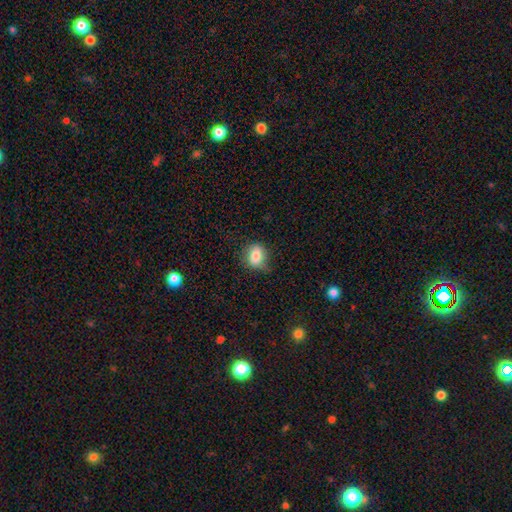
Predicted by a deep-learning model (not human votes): smooth_or_featured: smooth (p=0.79) [alt: featured or disk p=0.12]
how_rounded: in between (p=0.53) [alt: round p=0.46]
merging: none (p=0.68) [alt: minor disturbance p=0.24]